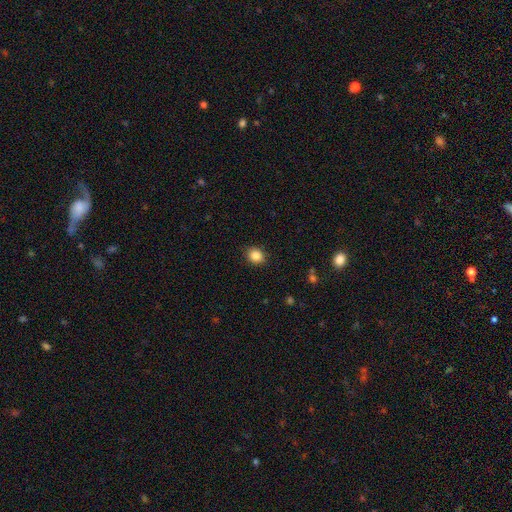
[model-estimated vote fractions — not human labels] Overall: smooth (85%). How rounded: round (63%; in between 36%). Merging: none (89%).